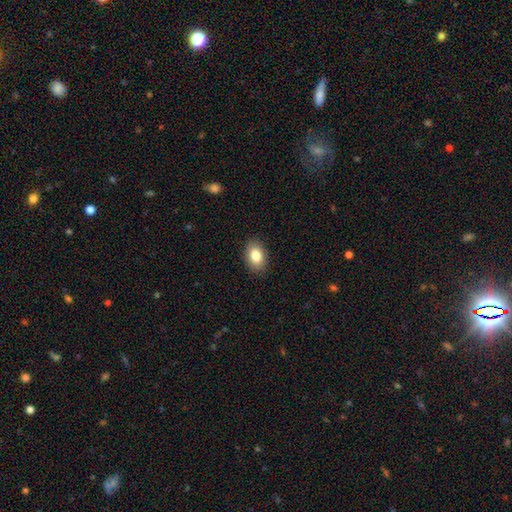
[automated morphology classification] smooth-or-featured: smooth: 84% | featured or disk: 8% | star or artifact: 8%
  how-rounded: in between: 85% | round: 14% | cigar-shaped: 1%
  merging: none: 88% | minor disturbance: 9% | major disturbance: 2% | merger: 1%